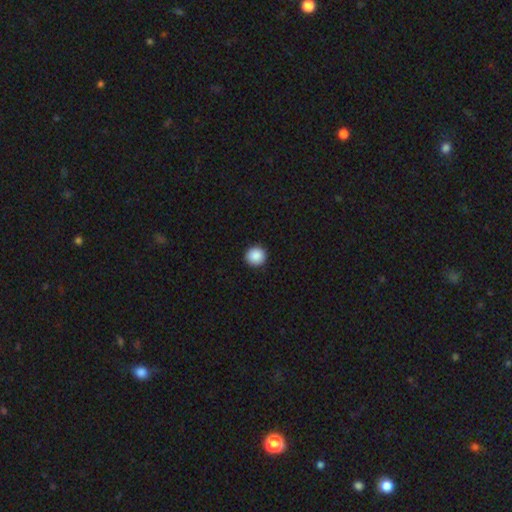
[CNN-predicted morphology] This is clearly a smooth galaxy (89%). How rounded: clearly round (94%). Merging: clearly none (93%).